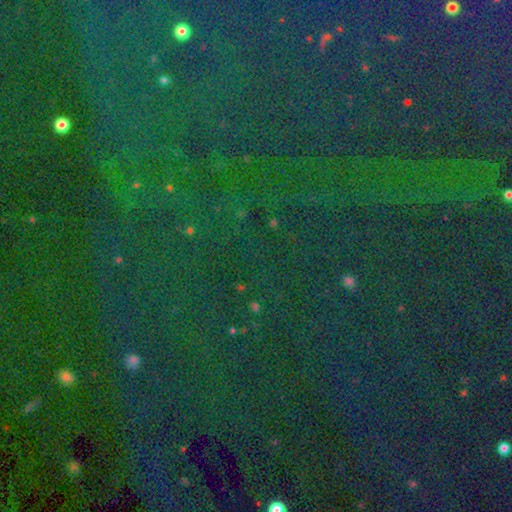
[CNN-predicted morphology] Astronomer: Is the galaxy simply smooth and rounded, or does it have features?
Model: star or artifact — 82%.